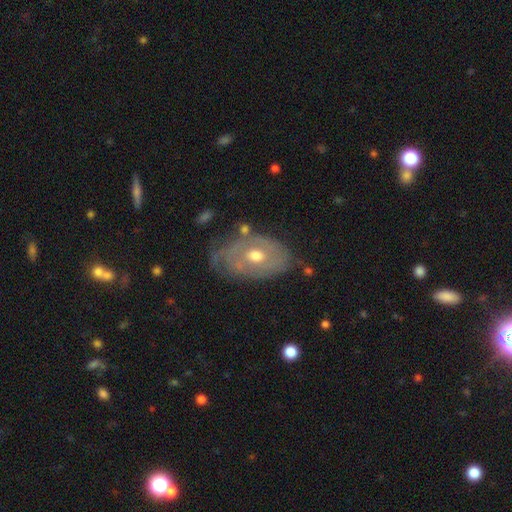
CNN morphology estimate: This is likely a featured or disk galaxy (68%). It is clearly not viewed edge-on (92%). Bar: likely no (77%). Spiral arm pattern: likely yes (65%). Central bulge: likely moderate (65%). Merging: likely none (72%).